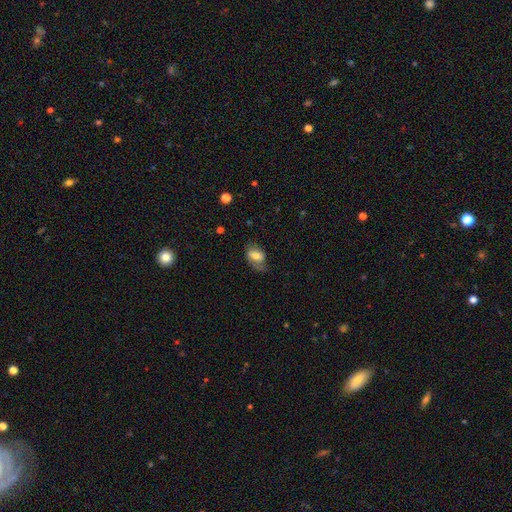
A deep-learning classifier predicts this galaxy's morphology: A smooth galaxy with no disk features (57%) that is in between round and cigar-shaped (84%). Merging: none (47%).